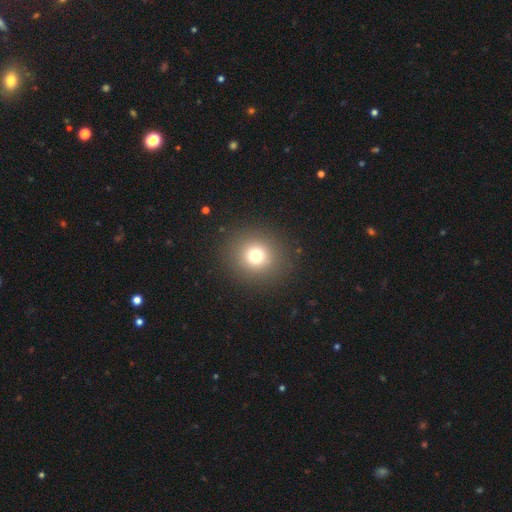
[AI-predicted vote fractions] Smooth or featured: smooth — 74% (star or artifact — 16%)
How rounded: round — 89% (in between — 10%)
Merging: none — 89% (minor disturbance — 6%)